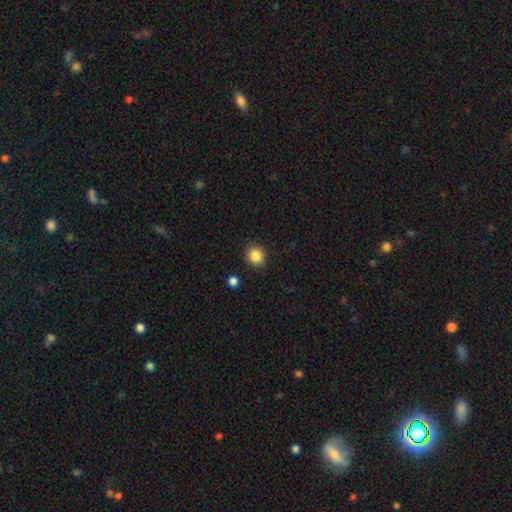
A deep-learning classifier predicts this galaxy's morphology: smooth-or-featured: smooth: 86% | star or artifact: 10% | featured or disk: 4%
  how-rounded: round: 86% | in between: 13% | cigar-shaped: 1%
  merging: none: 90% | minor disturbance: 7% | major disturbance: 2% | merger: 2%